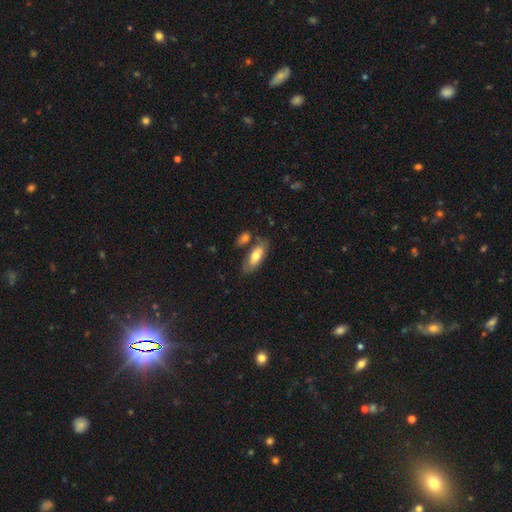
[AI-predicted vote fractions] This appears to be a smooth galaxy with no disk features (68%) that is in between round and cigar-shaped (79%). Merging: none (69%).